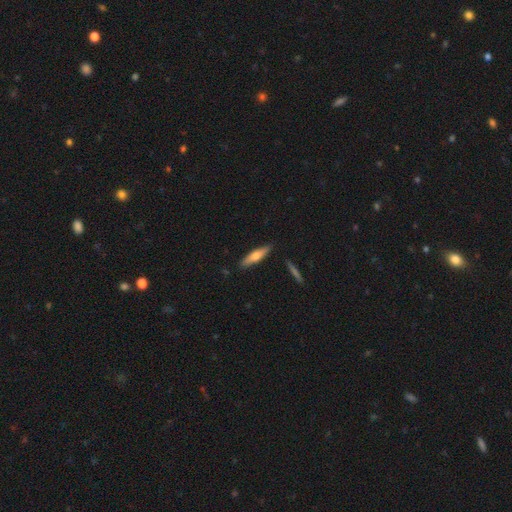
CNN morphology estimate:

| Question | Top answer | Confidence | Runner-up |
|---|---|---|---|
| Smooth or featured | smooth | 58% | featured or disk (36%) |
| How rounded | cigar-shaped | 79% | in between (19%) |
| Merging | none | 87% | minor disturbance (9%) |